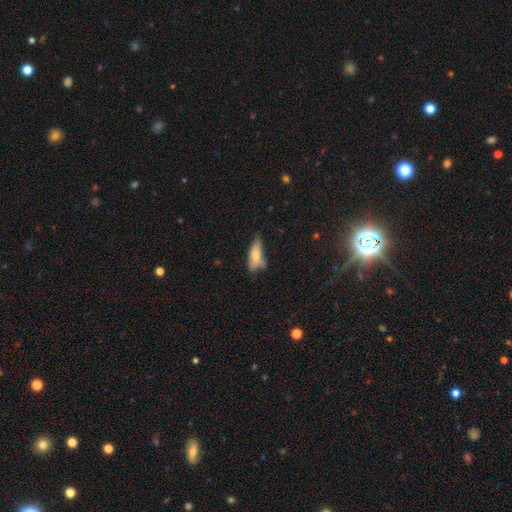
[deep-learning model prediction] Overall: smooth (64%; featured or disk 28%). How rounded: in between (68%; cigar-shaped 29%). Merging: none (39%; minor disturbance 35%).